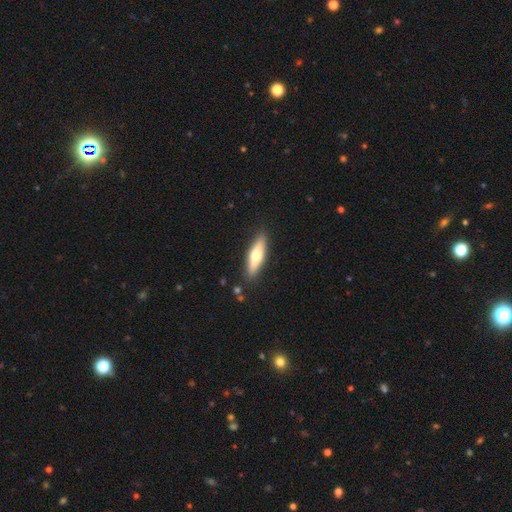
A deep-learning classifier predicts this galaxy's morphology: Smooth or featured: smooth — 56% (featured or disk — 39%)
How rounded: cigar-shaped — 63% (in between — 35%)
Merging: none — 87% (minor disturbance — 9%)